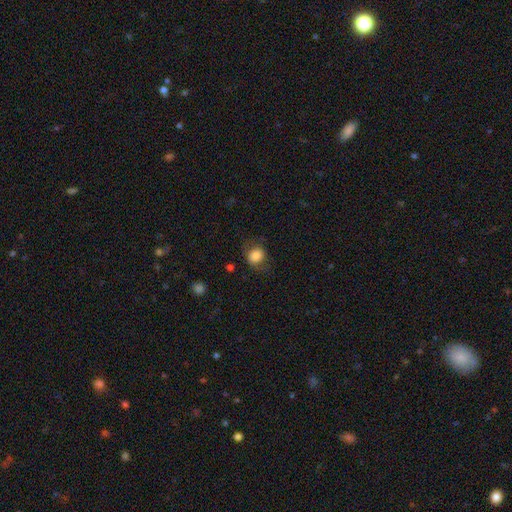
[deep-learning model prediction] Smooth or featured? Predicted: smooth (p=0.82). How rounded? Predicted: round (p=0.67). Merging? Predicted: none (p=0.69).